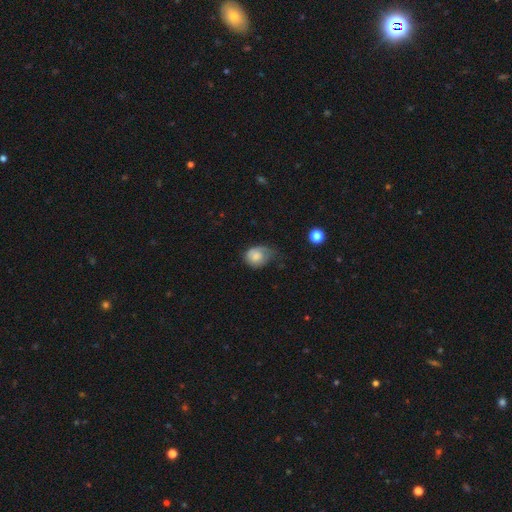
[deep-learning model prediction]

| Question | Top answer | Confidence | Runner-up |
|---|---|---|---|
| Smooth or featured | smooth | 70% | featured or disk (22%) |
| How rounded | in between | 51% | round (48%) |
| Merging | minor disturbance | 40% | none (35%) |